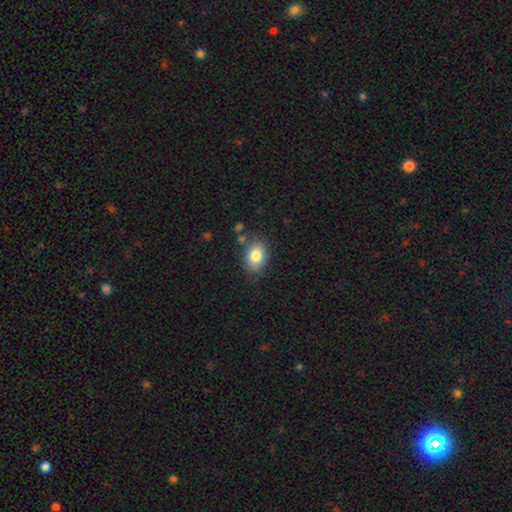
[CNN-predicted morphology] Smooth or featured?
  - smooth: 82% *
  - featured or disk: 10%
  - star or artifact: 8%
How rounded?
  - in between: 81% *
  - round: 18%
  - cigar-shaped: 1%
Merging?
  - none: 77% *
  - minor disturbance: 15%
  - merger: 5%
  - major disturbance: 4%